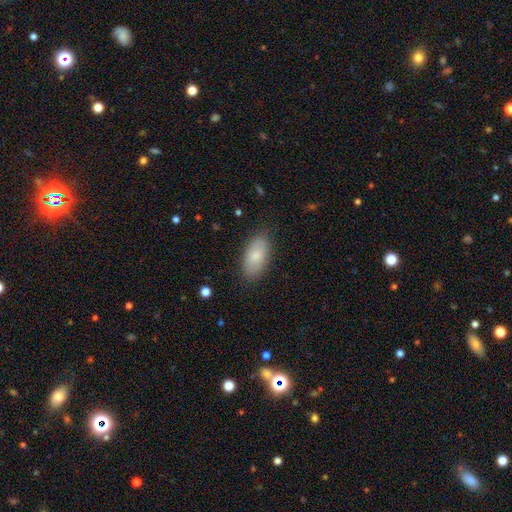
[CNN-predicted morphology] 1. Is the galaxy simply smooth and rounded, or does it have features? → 81% smooth, 13% featured or disk, 6% star or artifact.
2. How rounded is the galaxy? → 92% in between, 5% cigar-shaped, 3% round.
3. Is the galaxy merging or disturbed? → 84% none, 12% minor disturbance, 3% major disturbance, 1% merger.